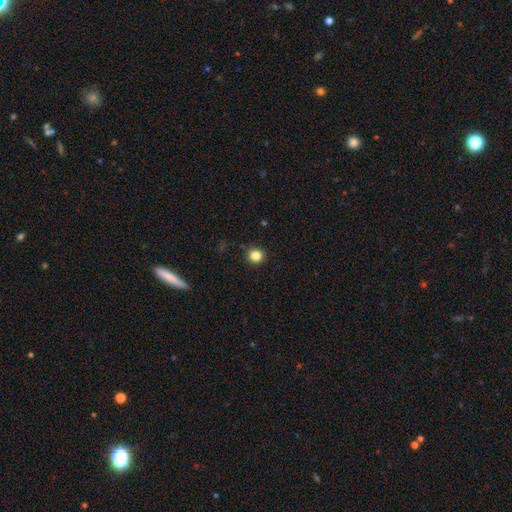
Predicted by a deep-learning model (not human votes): A smooth galaxy with no disk features (83%) that is round (91%).

Vote fractions:
- Smooth or featured? smooth: 83% / star or artifact: 12% / featured or disk: 5%
- How rounded? round: 91% / in between: 8% / cigar-shaped: 1%
- Merging? none: 91% / minor disturbance: 6% / major disturbance: 2% / merger: 1%